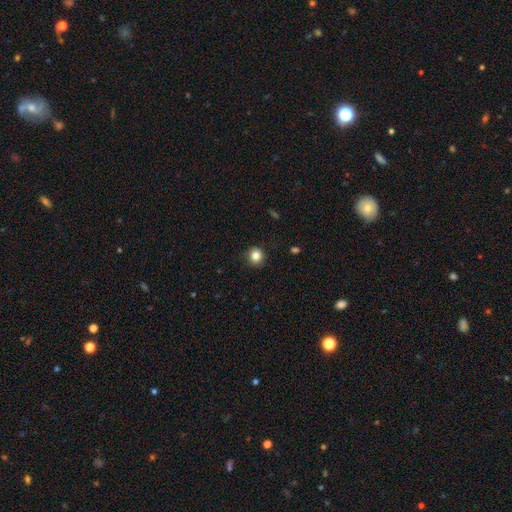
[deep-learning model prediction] A smooth galaxy with no disk features (83%) that is round (91%).

Vote fractions:
- Smooth or featured? smooth: 83% / star or artifact: 11% / featured or disk: 6%
- How rounded? round: 91% / in between: 8% / cigar-shaped: 1%
- Merging? none: 87% / minor disturbance: 10% / major disturbance: 2% / merger: 1%